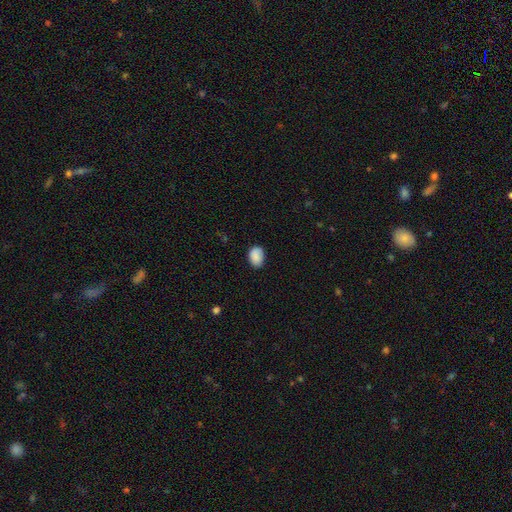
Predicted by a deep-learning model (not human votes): The model was most divided on "merging": none: 76%, minor disturbance: 19%, major disturbance: 3%, merger: 1%. More confident: smooth or featured — smooth (88%); how rounded — in between (79%).